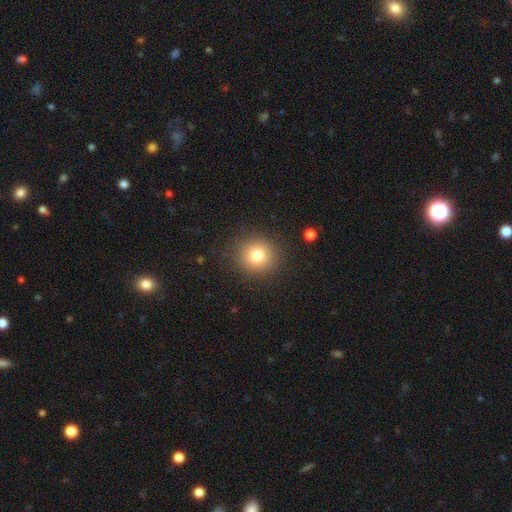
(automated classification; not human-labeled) smooth-or-featured: smooth: 72% | star or artifact: 21% | featured or disk: 7%
  how-rounded: round: 93% | in between: 6% | cigar-shaped: 1%
  merging: none: 92% | minor disturbance: 5% | major disturbance: 2% | merger: 1%